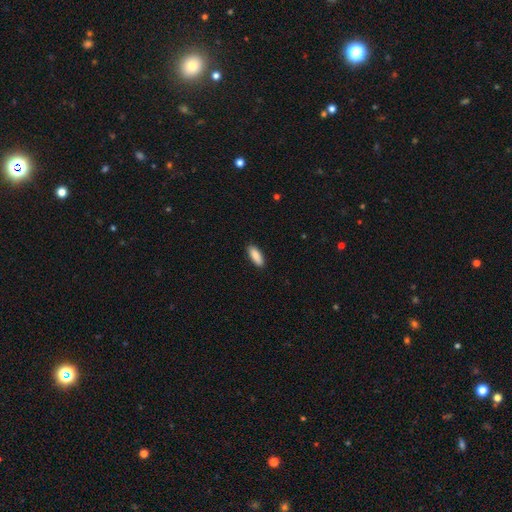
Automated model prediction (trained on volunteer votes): Smooth or featured? smooth (89%)
How rounded? in between (68%)
Merging? none (88%)